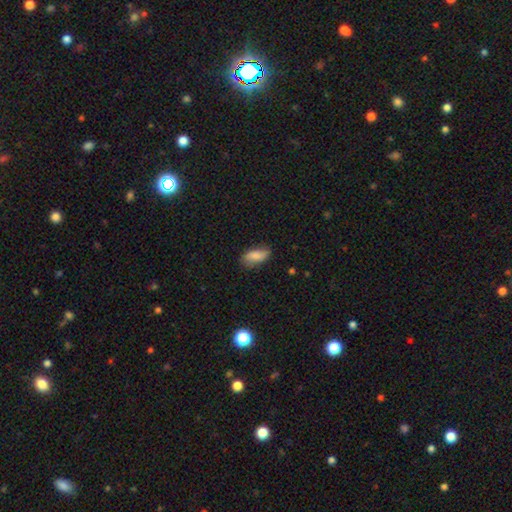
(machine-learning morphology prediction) Overall: smooth (77%). How rounded: in between (87%). Merging: none (70%).